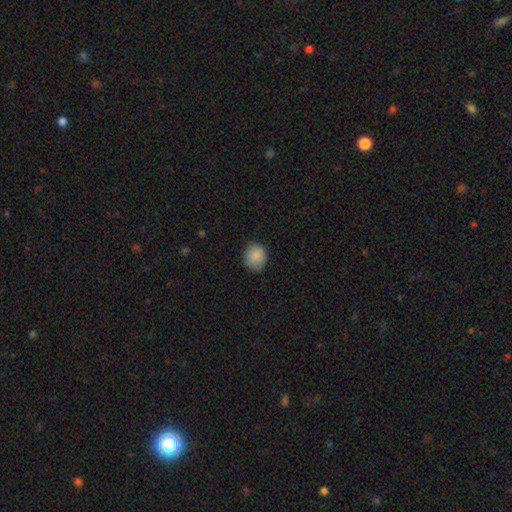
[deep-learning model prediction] Smooth or featured? smooth (86%)
How rounded? round (74%)
Merging? none (79%)